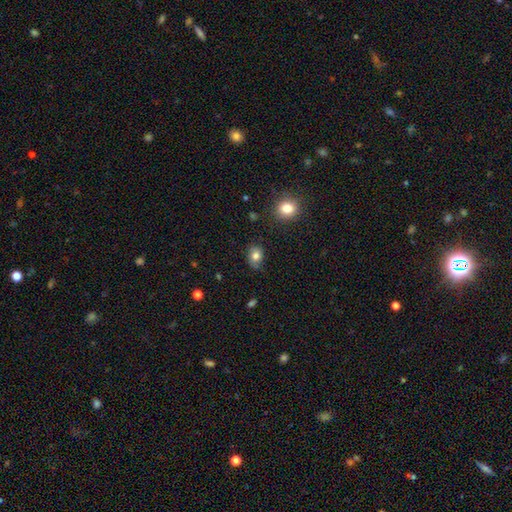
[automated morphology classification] Q: Smooth or featured?
A: smooth (80%); runner-up: star or artifact (10%)
Q: How rounded?
A: in between (63%); runner-up: round (36%)
Q: Merging?
A: none (73%); runner-up: minor disturbance (21%)